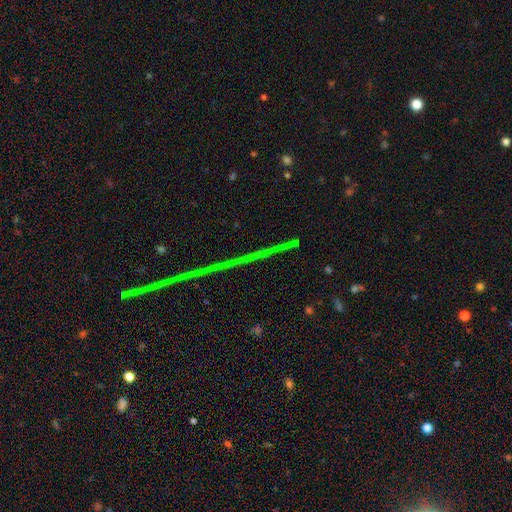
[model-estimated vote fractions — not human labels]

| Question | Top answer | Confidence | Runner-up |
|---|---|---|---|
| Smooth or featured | star or artifact | 81% | featured or disk (12%) |